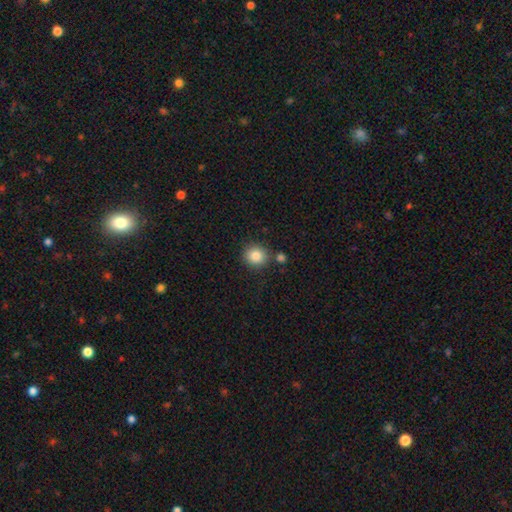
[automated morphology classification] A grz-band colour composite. It shows a smooth galaxy with no disk features (85%) that is round (89%). Merging: none (79%).